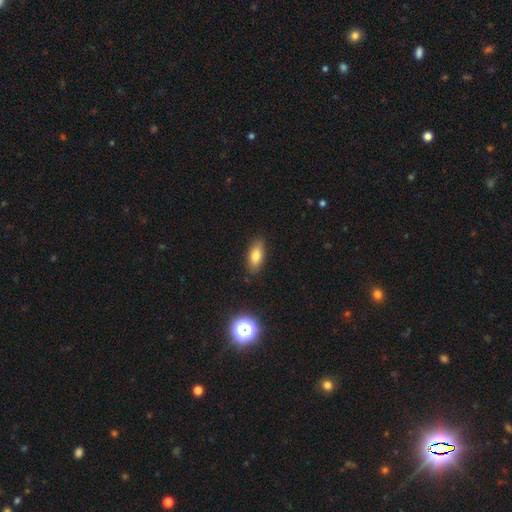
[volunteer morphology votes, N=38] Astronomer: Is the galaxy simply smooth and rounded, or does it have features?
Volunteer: smooth — 68%.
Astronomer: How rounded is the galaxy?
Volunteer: in between — 77%.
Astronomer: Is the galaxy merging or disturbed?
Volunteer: none — 86%.